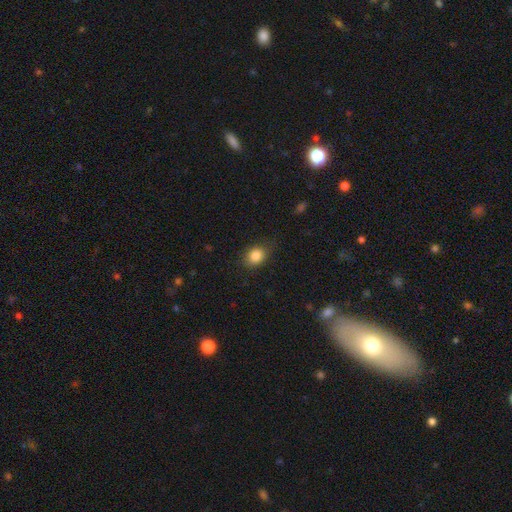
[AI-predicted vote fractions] A smooth galaxy with no disk features (84%) that is in between round and cigar-shaped (54%).

Vote fractions:
- Smooth or featured? smooth: 84% / star or artifact: 10% / featured or disk: 6%
- How rounded? in between: 54% / round: 44% / cigar-shaped: 1%
- Merging? none: 79% / minor disturbance: 16% / major disturbance: 4% / merger: 1%